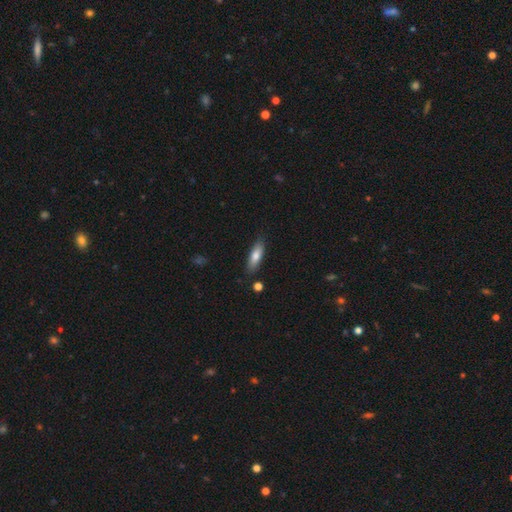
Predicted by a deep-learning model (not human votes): Q: Smooth or featured?
A: smooth (76%); runner-up: featured or disk (18%)
Q: How rounded?
A: in between (51%); runner-up: cigar-shaped (47%)
Q: Merging?
A: none (82%); runner-up: minor disturbance (13%)